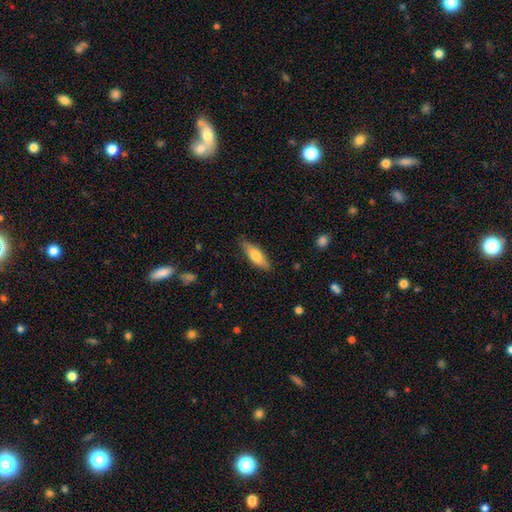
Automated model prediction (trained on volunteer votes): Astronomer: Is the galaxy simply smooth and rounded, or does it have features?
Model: smooth — 70%.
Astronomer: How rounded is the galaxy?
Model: in between — 50% (runner-up: cigar-shaped, 48%).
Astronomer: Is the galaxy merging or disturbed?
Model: none — 84%.